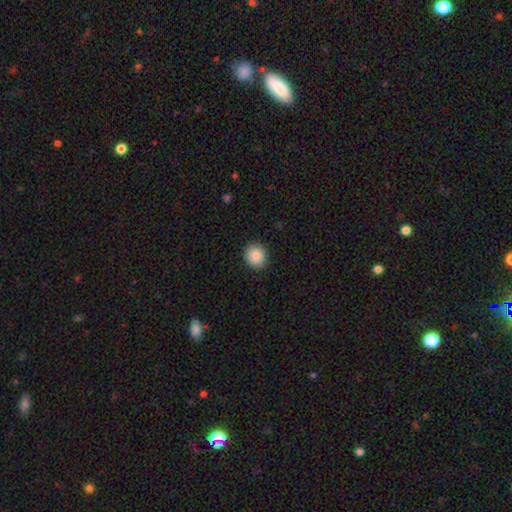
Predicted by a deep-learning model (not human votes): Morphology: type=smooth (88%); roundness=round (81%); merging=none (88%).